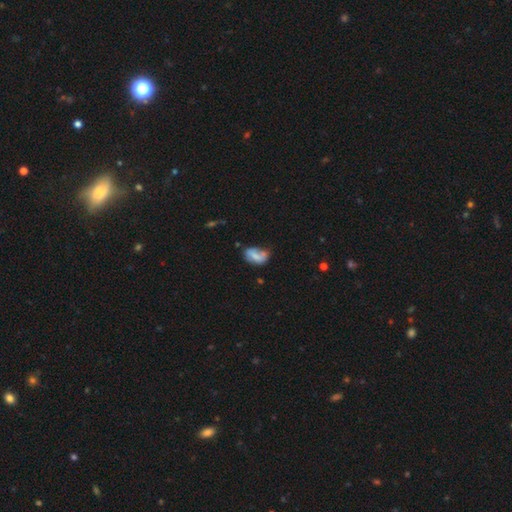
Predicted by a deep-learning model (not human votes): smooth_or_featured: smooth (p=0.61) [alt: featured or disk p=0.30]
how_rounded: in between (p=0.86) [alt: round p=0.11]
merging: none (p=0.40) [alt: minor disturbance p=0.33]